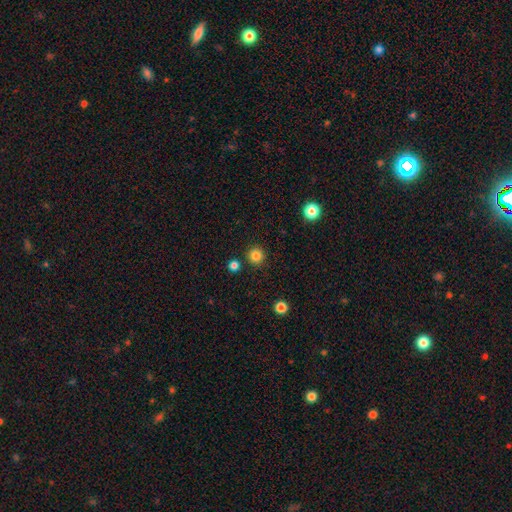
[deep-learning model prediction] This appears to be a smooth galaxy with no disk features (84%) that is round (96%). Merging: none (90%).